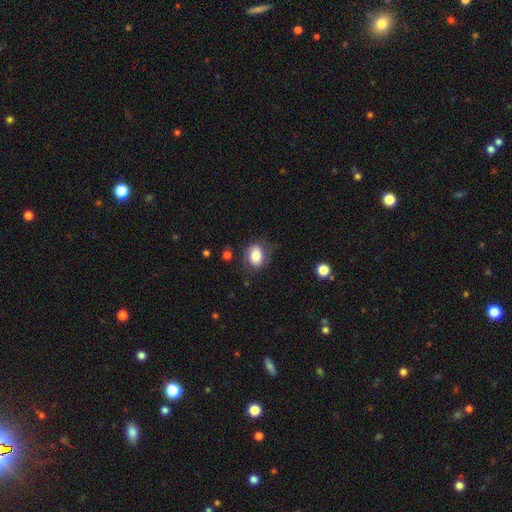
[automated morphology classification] smooth 77%, featured or disk 14%, star or artifact 9%. Down the decision tree: how rounded — in between (54%); merging — none (72%).